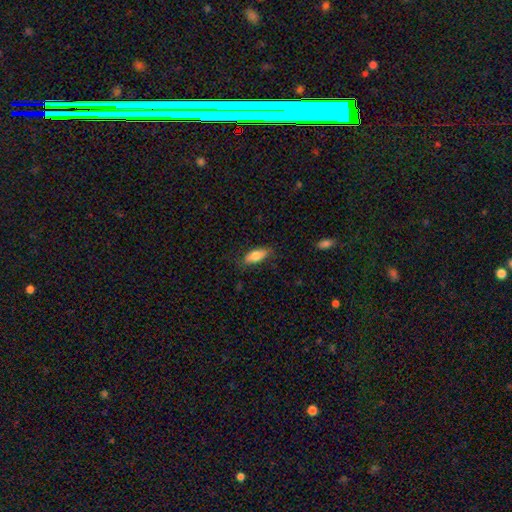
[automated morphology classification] Smooth or featured: smooth — 78% (featured or disk — 16%)
How rounded: in between — 78% (cigar-shaped — 19%)
Merging: none — 77% (minor disturbance — 18%)